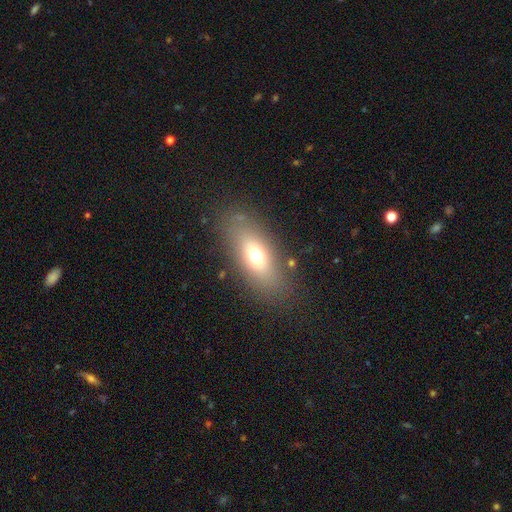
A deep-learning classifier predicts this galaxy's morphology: Smooth or featured? Predicted: smooth (p=0.63). How rounded? Predicted: in between (p=0.75). Merging? Predicted: none (p=0.81).